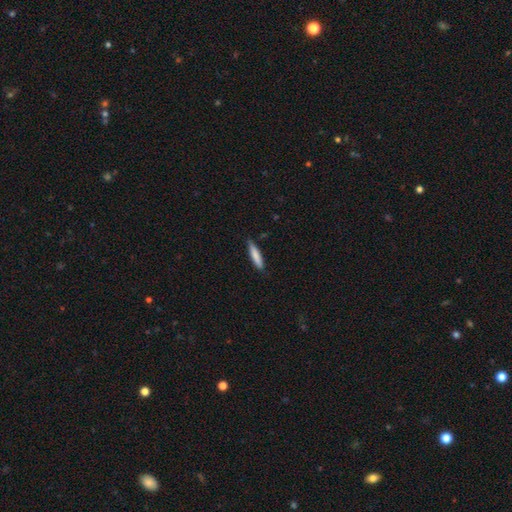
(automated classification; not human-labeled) Smooth or featured? Predicted: smooth (p=0.81). How rounded? Predicted: cigar-shaped (p=0.85). Merging? Predicted: none (p=0.83).